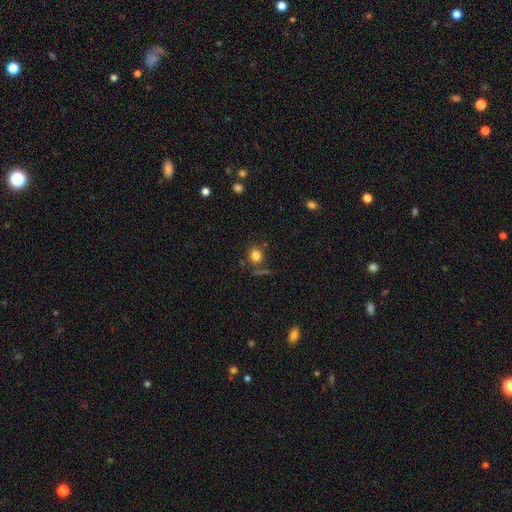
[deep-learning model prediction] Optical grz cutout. It shows a smooth galaxy with no disk features (81%) that is round (83%). Merging: none (75%).